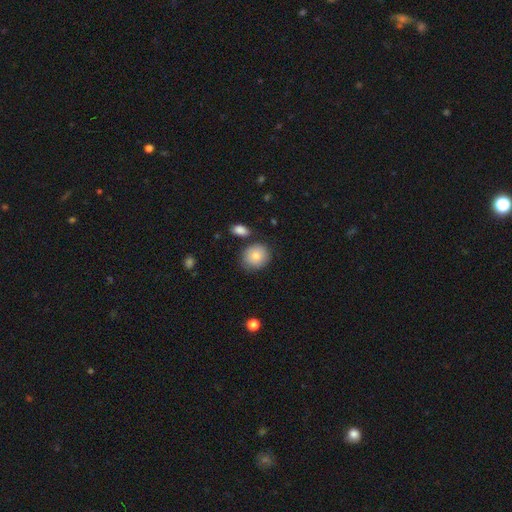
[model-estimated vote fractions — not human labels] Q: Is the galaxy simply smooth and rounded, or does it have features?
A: smooth — 82%.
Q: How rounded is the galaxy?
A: round — 77%.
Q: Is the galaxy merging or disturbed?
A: none — 75%.